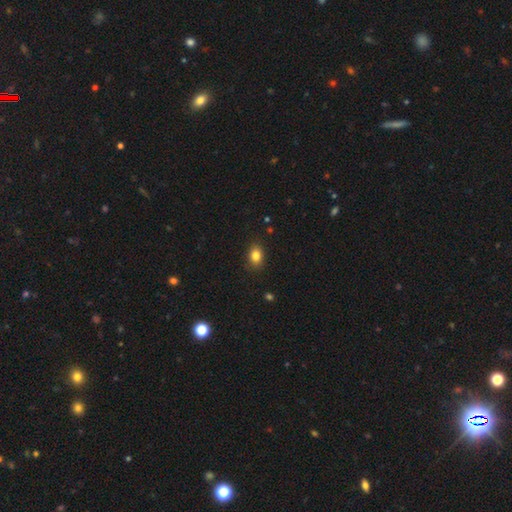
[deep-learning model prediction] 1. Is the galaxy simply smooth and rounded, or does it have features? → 83% smooth, 10% star or artifact, 6% featured or disk.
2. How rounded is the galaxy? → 70% in between, 29% round, 1% cigar-shaped.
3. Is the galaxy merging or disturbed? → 87% none, 10% minor disturbance, 2% major disturbance, 1% merger.